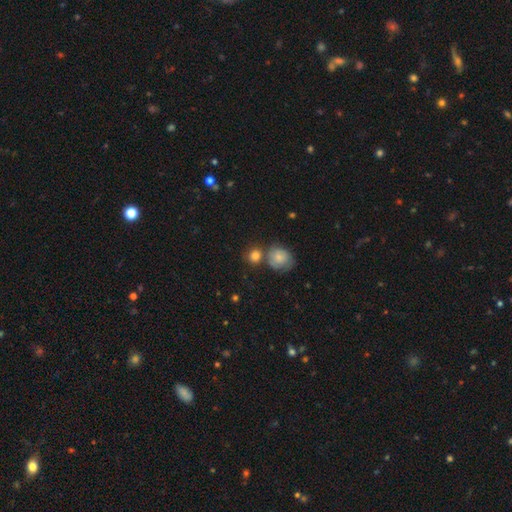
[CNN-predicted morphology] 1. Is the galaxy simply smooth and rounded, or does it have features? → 78% smooth, 12% featured or disk, 11% star or artifact.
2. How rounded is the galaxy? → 83% round, 16% in between, 1% cigar-shaped.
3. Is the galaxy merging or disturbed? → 56% none, 27% merger, 12% minor disturbance, 5% major disturbance.